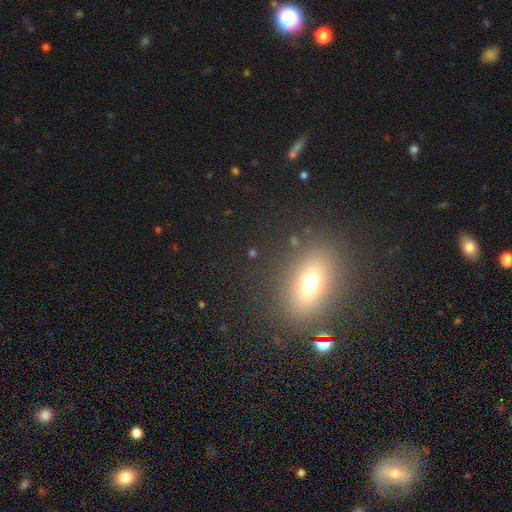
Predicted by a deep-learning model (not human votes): smooth 61%, star or artifact 23%, featured or disk 17%. Down the decision tree: how rounded — in between (66%); merging — none (85%).